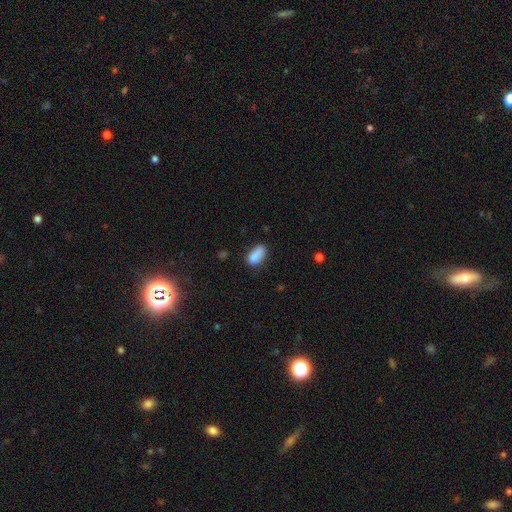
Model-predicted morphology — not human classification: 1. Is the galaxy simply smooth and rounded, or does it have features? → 85% smooth, 9% star or artifact, 7% featured or disk.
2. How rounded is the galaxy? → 88% in between, 7% cigar-shaped, 5% round.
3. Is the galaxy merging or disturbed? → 61% none, 24% minor disturbance, 7% merger, 7% major disturbance.